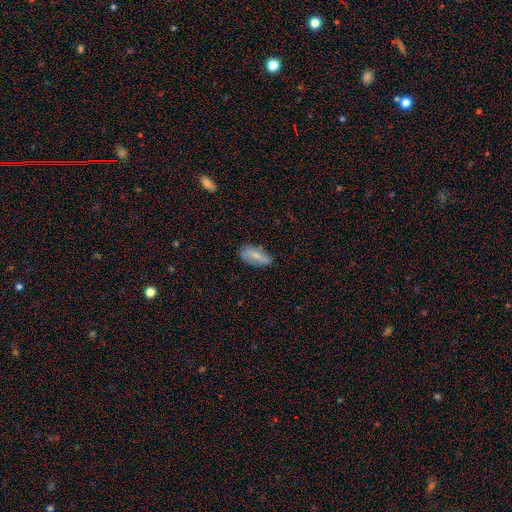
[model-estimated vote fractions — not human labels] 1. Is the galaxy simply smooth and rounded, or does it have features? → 65% smooth, 28% featured or disk, 7% star or artifact.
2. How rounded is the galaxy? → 85% in between, 12% cigar-shaped, 3% round.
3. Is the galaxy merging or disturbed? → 71% none, 22% minor disturbance, 5% major disturbance, 2% merger.